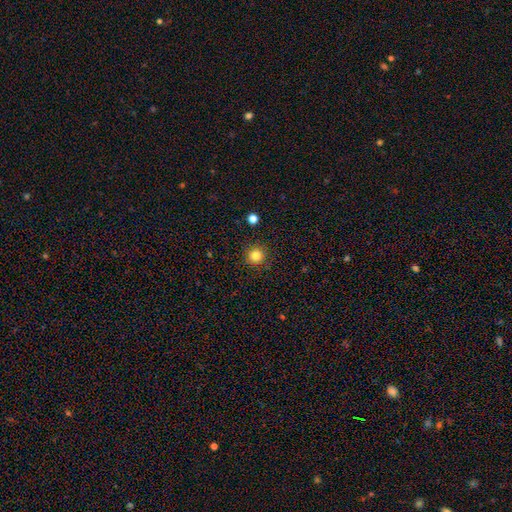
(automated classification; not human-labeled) Morphology: type=smooth (82%); roundness=round (95%); merging=none (92%).